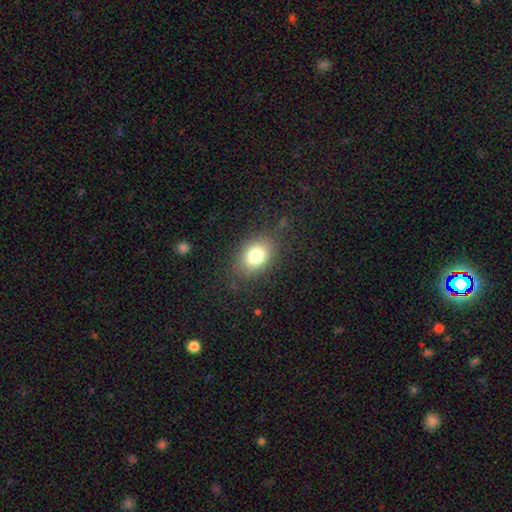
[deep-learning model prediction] smooth 78%, star or artifact 11%, featured or disk 11%. Down the decision tree: how rounded — in between (68%); merging — none (82%).